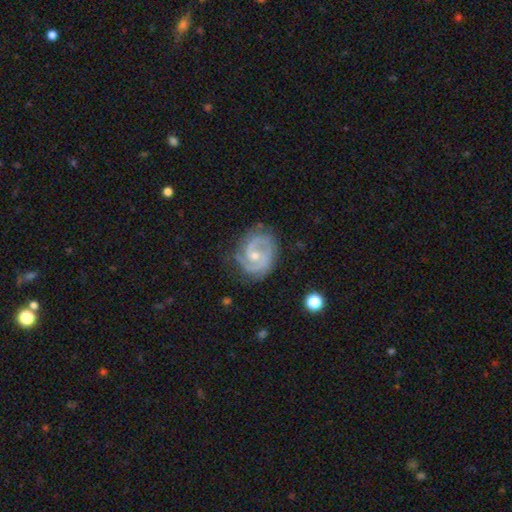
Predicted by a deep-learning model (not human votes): featured or disk 87%, smooth 8%, star or artifact 5%. Down the decision tree: edge-on disk — no (98%); bar — no (58%); spiral arms — yes (96%); spiral arm count — 2 (70%); spiral winding — medium (45%, tied with tight); bulge size — small (57%); merging — none (70%).